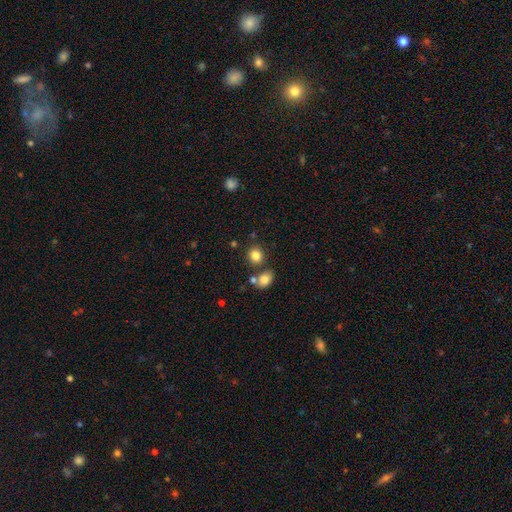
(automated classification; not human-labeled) smooth-or-featured: smooth: 83% | star or artifact: 11% | featured or disk: 6%
  how-rounded: round: 78% | in between: 21% | cigar-shaped: 1%
  merging: none: 74% | merger: 14% | minor disturbance: 9% | major disturbance: 3%